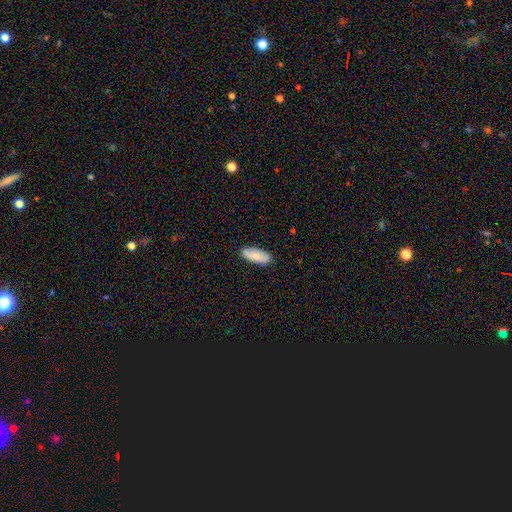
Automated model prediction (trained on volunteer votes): smooth 80%, featured or disk 14%, star or artifact 6%. Down the decision tree: how rounded — in between (75%); merging — none (85%).